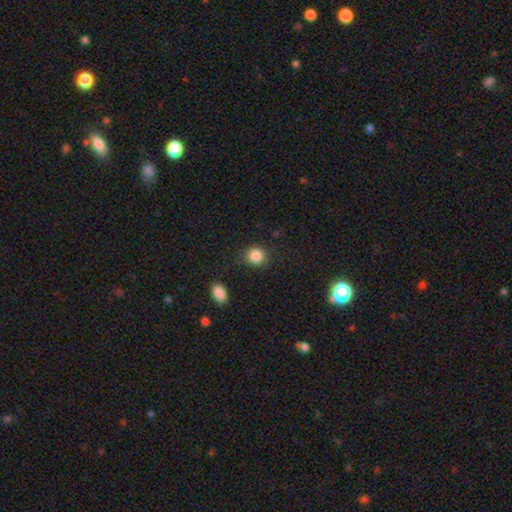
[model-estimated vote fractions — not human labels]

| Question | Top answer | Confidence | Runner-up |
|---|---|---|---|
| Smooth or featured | smooth | 86% | star or artifact (10%) |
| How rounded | round | 83% | in between (16%) |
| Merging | none | 83% | minor disturbance (11%) |